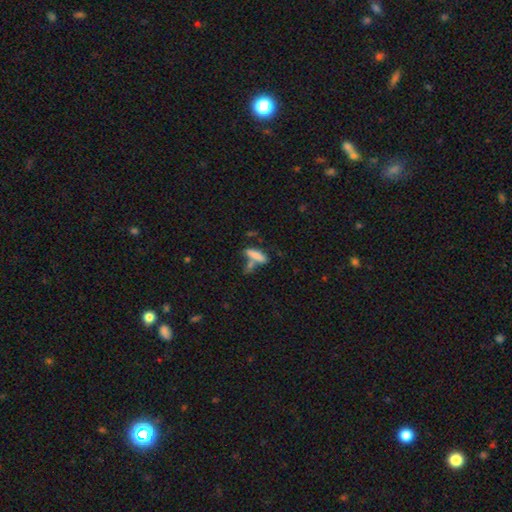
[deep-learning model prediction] Morphology: type=smooth (74%); roundness=cigar-shaped (61%); merging=none (45%).